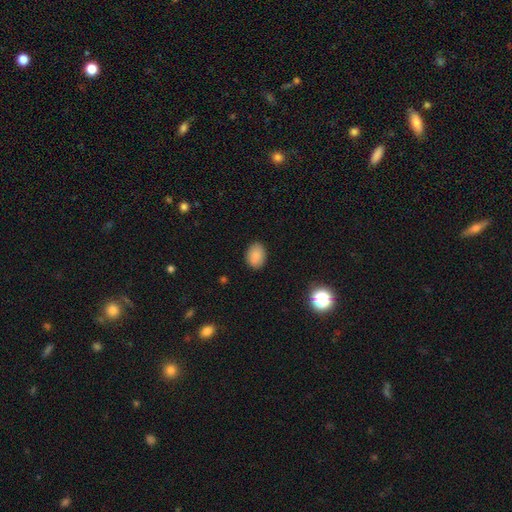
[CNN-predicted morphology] smooth-or-featured: smooth: 87% | star or artifact: 9% | featured or disk: 4%
  how-rounded: in between: 75% | round: 24% | cigar-shaped: 1%
  merging: none: 87% | minor disturbance: 10% | major disturbance: 2% | merger: 1%